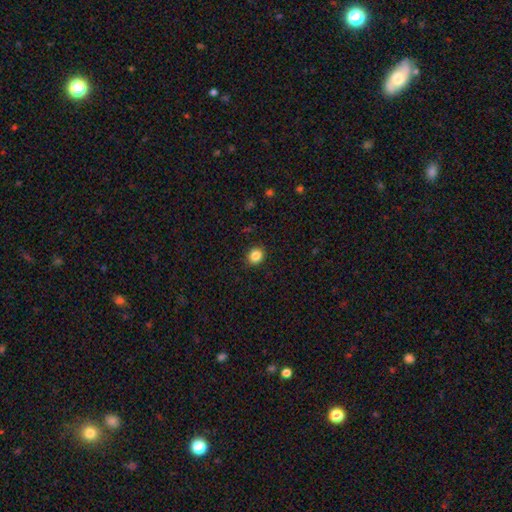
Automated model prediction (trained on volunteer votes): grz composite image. It shows a smooth galaxy with no disk features (85%) that is round (77%). Merging: none (91%).